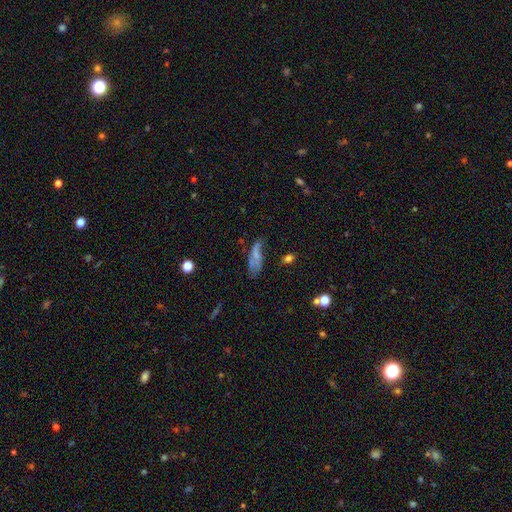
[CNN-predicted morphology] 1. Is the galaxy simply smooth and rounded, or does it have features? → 49% smooth, 39% featured or disk, 11% star or artifact.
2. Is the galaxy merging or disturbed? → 39% none, 30% minor disturbance, 24% major disturbance, 6% merger.